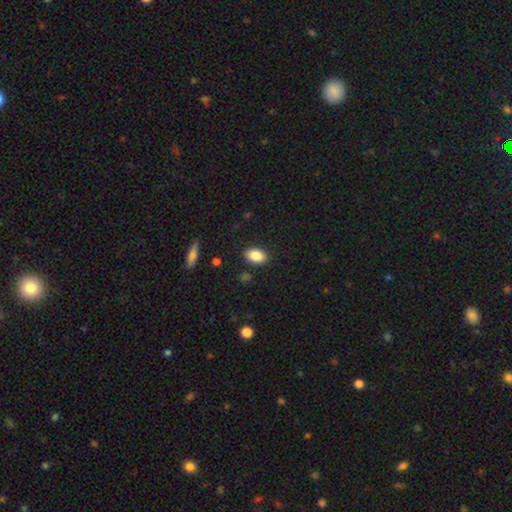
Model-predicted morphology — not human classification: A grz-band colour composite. It shows a smooth galaxy with no disk features (85%) that is in between round and cigar-shaped (88%). Merging: none (87%).